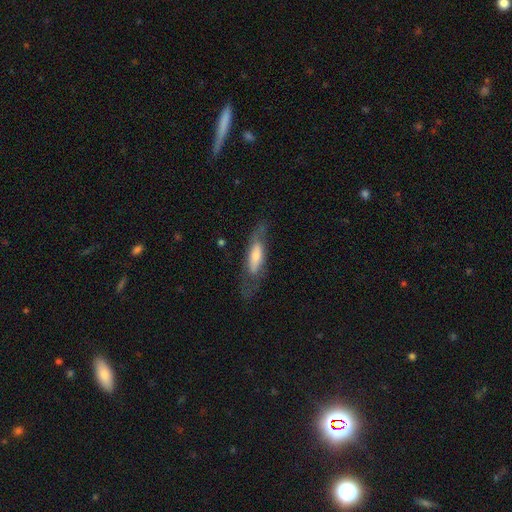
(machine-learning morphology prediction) smooth 49%, featured or disk 45%, star or artifact 6%. Down the decision tree: merging — none (60%).